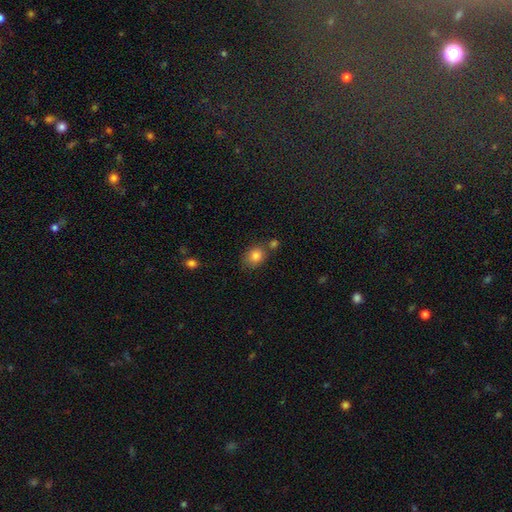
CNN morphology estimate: A smooth galaxy with no disk features (83%) that is round (53%).

Vote fractions:
- Smooth or featured? smooth: 83% / star or artifact: 10% / featured or disk: 7%
- How rounded? round: 53% / in between: 46% / cigar-shaped: 1%
- Merging? none: 67% / minor disturbance: 15% / merger: 14% / major disturbance: 4%